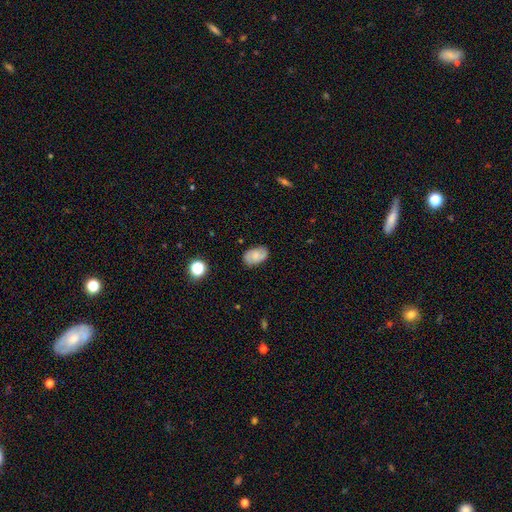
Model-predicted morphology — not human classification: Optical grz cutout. It shows a smooth galaxy with no disk features (55%) that is in between round and cigar-shaped (90%). Merging: none (80%).